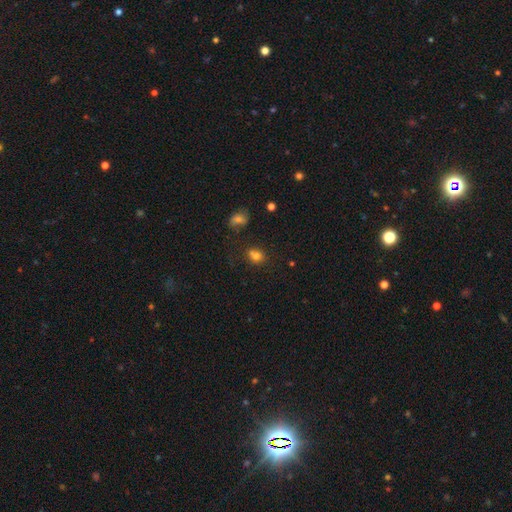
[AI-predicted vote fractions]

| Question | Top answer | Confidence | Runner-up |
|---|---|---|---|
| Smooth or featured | smooth | 77% | star or artifact (15%) |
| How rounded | round | 54% | in between (44%) |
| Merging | none | 59% | merger (18%) |